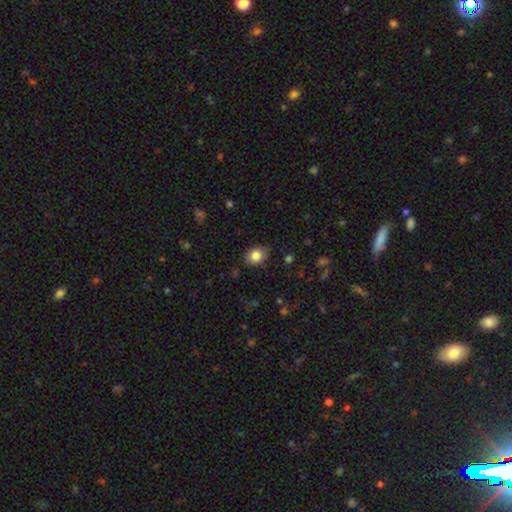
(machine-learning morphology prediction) Q: Smooth or featured?
A: smooth (83%); runner-up: star or artifact (9%)
Q: How rounded?
A: in between (54%); runner-up: round (45%)
Q: Merging?
A: none (78%); runner-up: minor disturbance (17%)